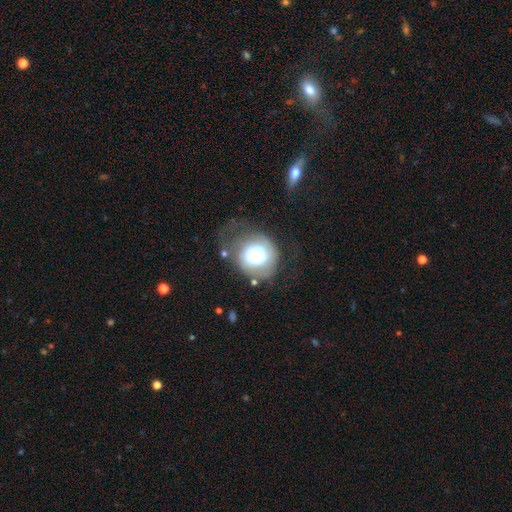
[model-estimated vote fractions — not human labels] Smooth or featured? smooth (47%)
Merging? none (36%)